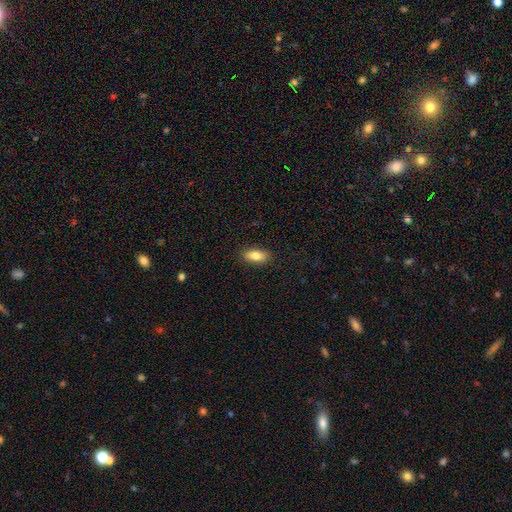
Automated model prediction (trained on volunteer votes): Q: Smooth or featured?
A: smooth (81%); runner-up: featured or disk (11%)
Q: How rounded?
A: in between (86%); runner-up: cigar-shaped (10%)
Q: Merging?
A: none (88%); runner-up: minor disturbance (9%)